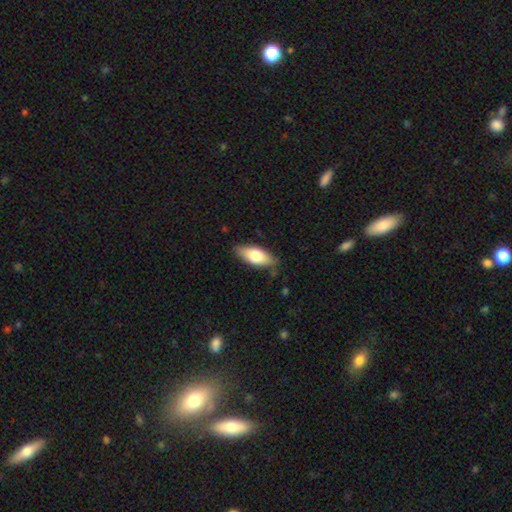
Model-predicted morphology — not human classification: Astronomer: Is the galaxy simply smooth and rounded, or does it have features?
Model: smooth — 73%.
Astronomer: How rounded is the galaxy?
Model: in between — 82%.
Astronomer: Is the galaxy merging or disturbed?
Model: none — 83%.